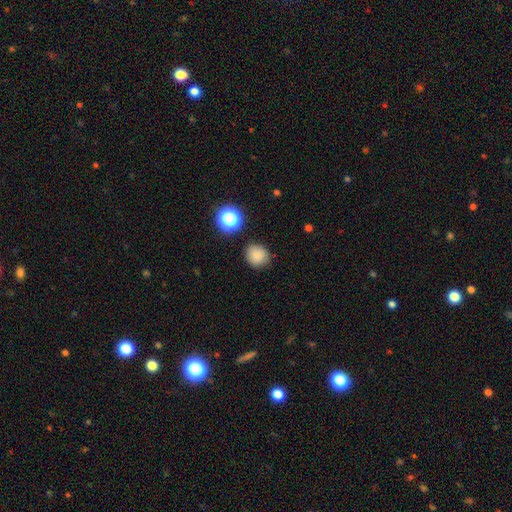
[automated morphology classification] This appears to be a smooth galaxy with no disk features (82%) that is round (84%). Merging: none (84%).